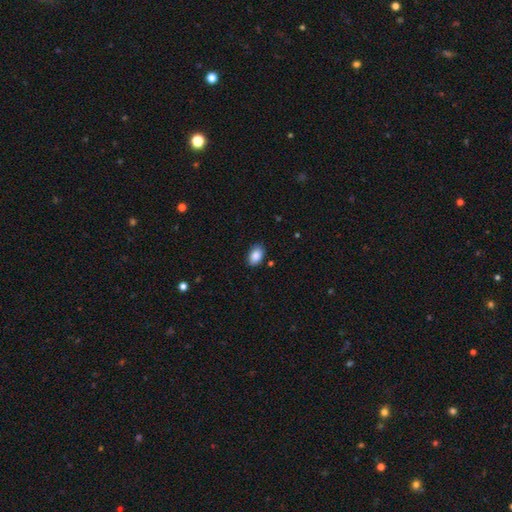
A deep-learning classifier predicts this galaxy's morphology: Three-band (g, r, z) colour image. It shows a smooth galaxy with no disk features (88%) that is in between round and cigar-shaped (89%). Merging: none (86%).